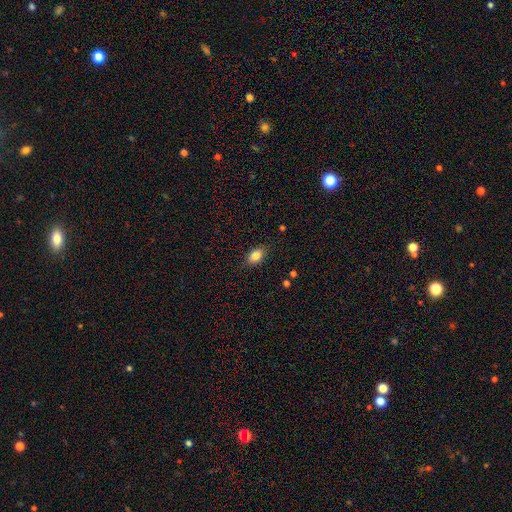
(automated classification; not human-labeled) The model was most divided on "merging": none: 84%, minor disturbance: 12%, major disturbance: 3%, merger: 1%. More confident: how rounded — in between (87%); smooth or featured — smooth (85%).